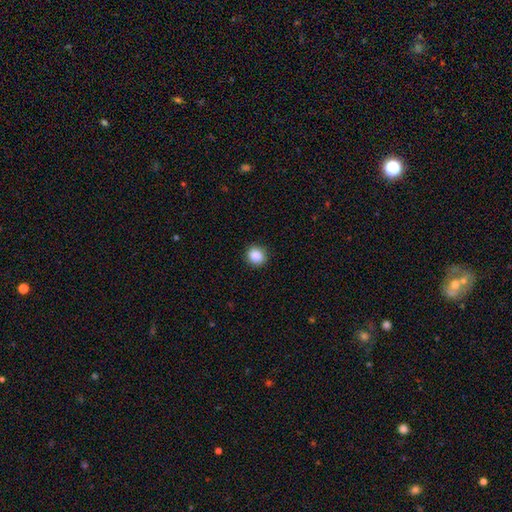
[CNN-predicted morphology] type=smooth (88%); roundness=round (83%); merging=none (90%).